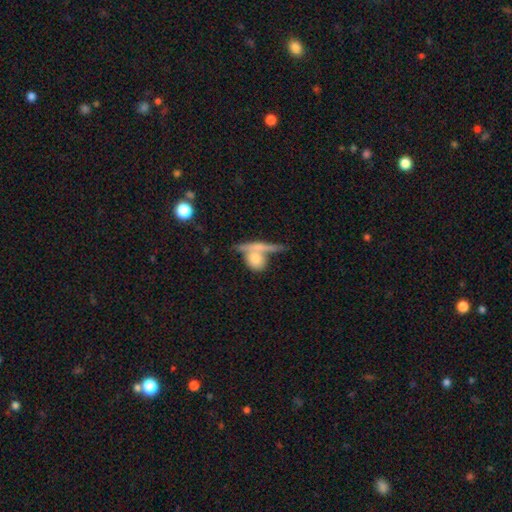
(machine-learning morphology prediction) Smooth or featured: smooth — 66% (featured or disk — 26%)
How rounded: round — 48% (in between — 33%)
Merging: merger — 46% (none — 36%)